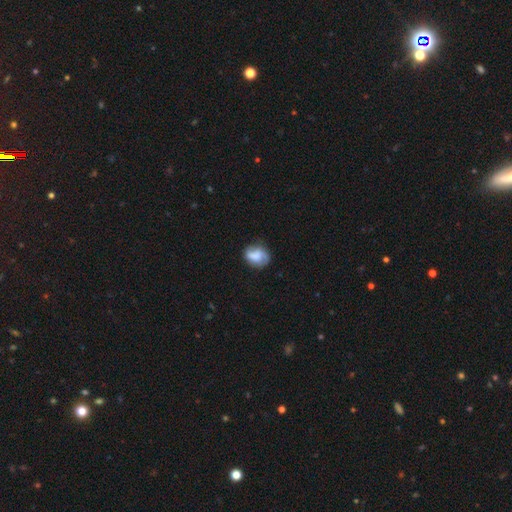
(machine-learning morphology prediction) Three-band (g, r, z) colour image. It shows a smooth galaxy with no disk features (58%) that is in between round and cigar-shaped (52%). Merging: none (62%).